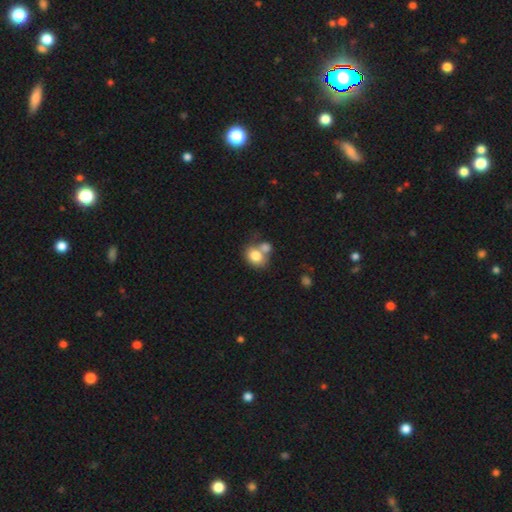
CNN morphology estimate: A smooth galaxy with no disk features (79%) that is in between round and cigar-shaped (54%). Merging: merger (46%).